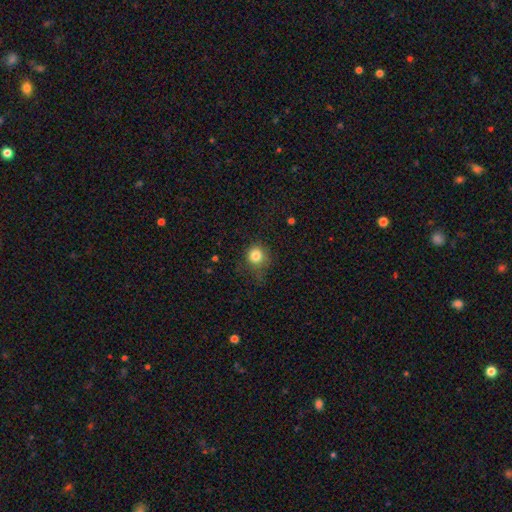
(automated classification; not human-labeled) Smooth or featured?
  - smooth: 82% *
  - star or artifact: 12%
  - featured or disk: 6%
How rounded?
  - round: 85% *
  - in between: 14%
  - cigar-shaped: 1%
Merging?
  - none: 61% *
  - minor disturbance: 25%
  - major disturbance: 12%
  - merger: 2%